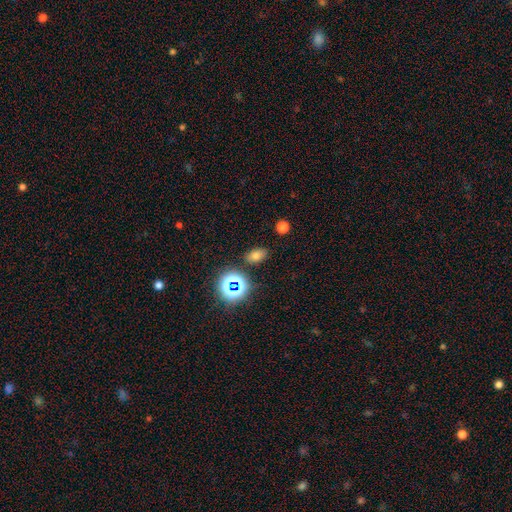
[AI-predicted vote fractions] The model was most divided on "smooth or featured": smooth: 69%, star or artifact: 22%, featured or disk: 9%. More confident: how rounded — in between (83%); merging — none (83%).